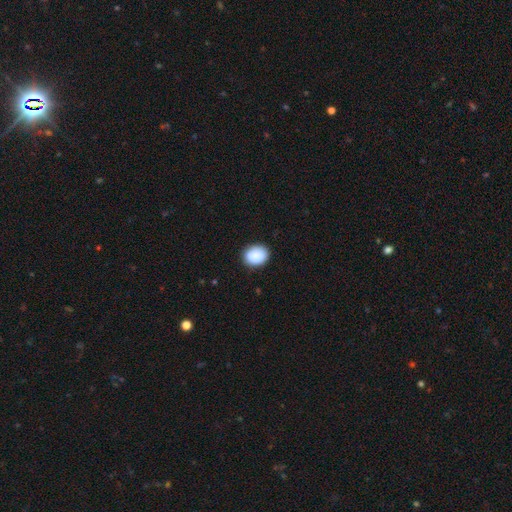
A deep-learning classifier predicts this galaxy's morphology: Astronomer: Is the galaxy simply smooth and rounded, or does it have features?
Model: smooth — 90%.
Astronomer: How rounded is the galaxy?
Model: in between — 51% (runner-up: round, 48%).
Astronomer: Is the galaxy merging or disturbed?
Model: none — 86%.